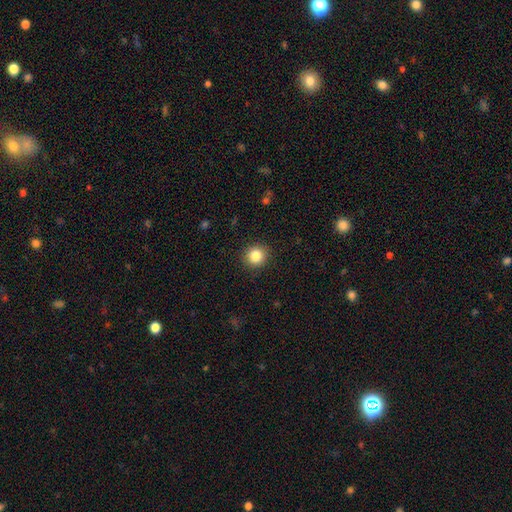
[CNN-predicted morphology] smooth 84%, star or artifact 11%, featured or disk 5%. Down the decision tree: how rounded — round (91%); merging — none (91%).